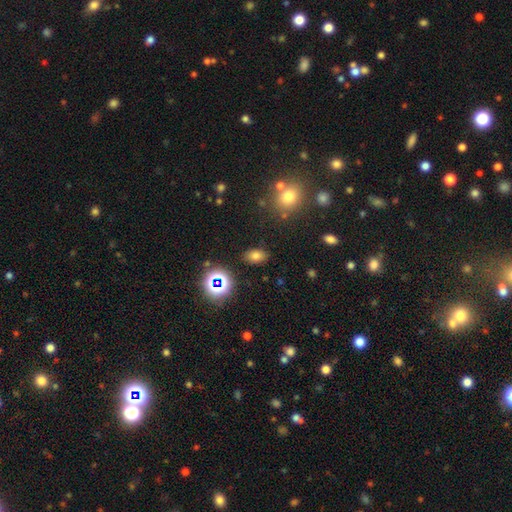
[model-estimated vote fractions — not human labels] smooth_or_featured: smooth (p=0.71) [alt: star or artifact p=0.20]
how_rounded: in between (p=0.85) [alt: round p=0.13]
merging: none (p=0.85) [alt: minor disturbance p=0.09]